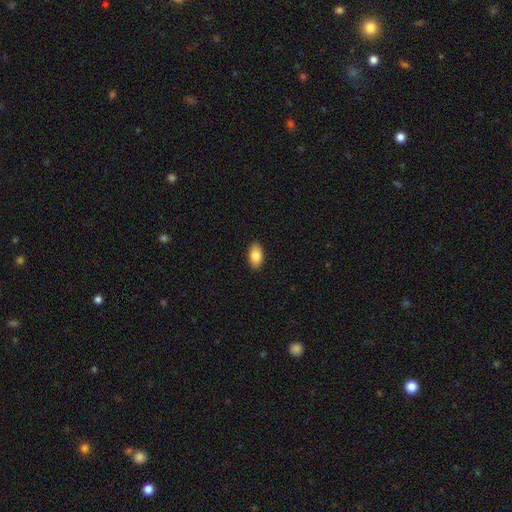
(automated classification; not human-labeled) Smooth or featured? smooth (84%)
How rounded? in between (93%)
Merging? none (90%)